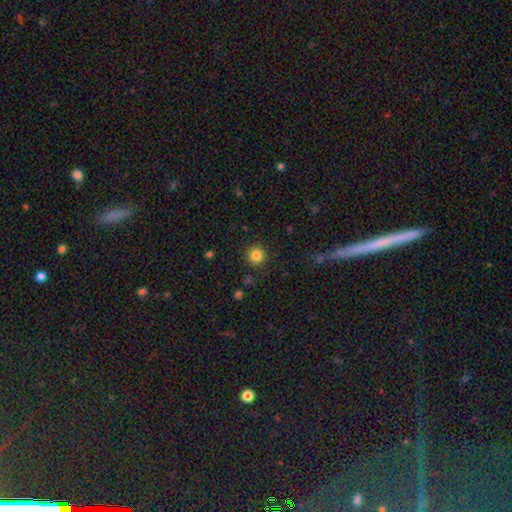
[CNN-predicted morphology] smooth-or-featured: smooth: 83% | star or artifact: 12% | featured or disk: 5%
  how-rounded: round: 94% | in between: 5% | cigar-shaped: 1%
  merging: none: 89% | minor disturbance: 7% | major disturbance: 3% | merger: 1%